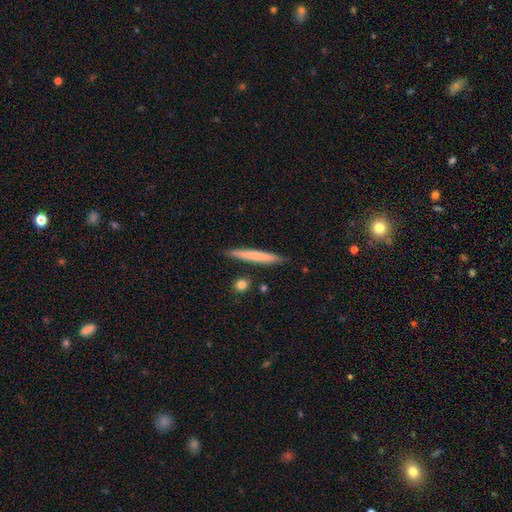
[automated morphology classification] Smooth or featured?
  - smooth: 64% *
  - featured or disk: 31%
  - star or artifact: 5%
How rounded?
  - cigar-shaped: 96% *
  - in between: 2%
  - round: 1%
Merging?
  - none: 88% *
  - minor disturbance: 8%
  - merger: 2%
  - major disturbance: 2%